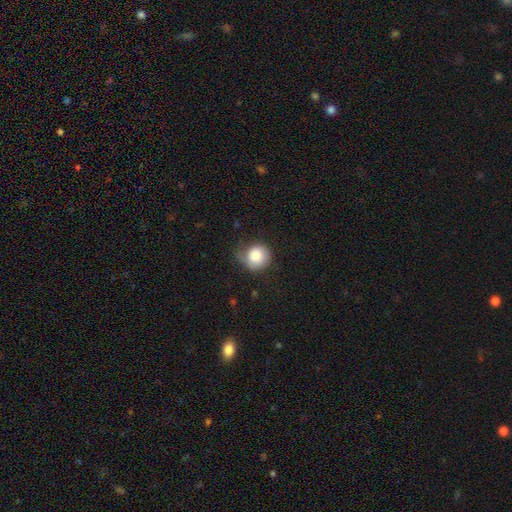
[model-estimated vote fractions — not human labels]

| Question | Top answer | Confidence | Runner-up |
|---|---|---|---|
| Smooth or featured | smooth | 80% | featured or disk (12%) |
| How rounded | round | 87% | in between (12%) |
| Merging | none | 50% | minor disturbance (34%) |